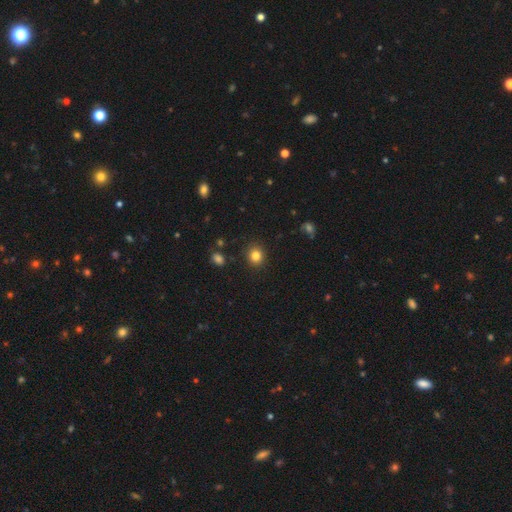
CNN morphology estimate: This is clearly a smooth galaxy (83%). How rounded: clearly round (81%). Merging: clearly none (90%).